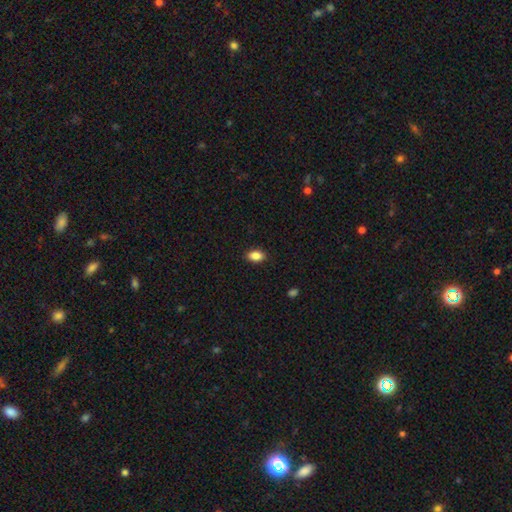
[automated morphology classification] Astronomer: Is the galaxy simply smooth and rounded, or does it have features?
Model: smooth — 87%.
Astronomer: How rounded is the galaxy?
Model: in between — 88%.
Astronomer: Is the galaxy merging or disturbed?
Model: none — 89%.